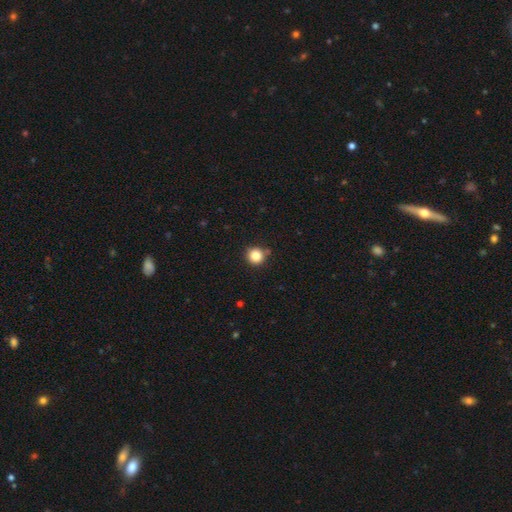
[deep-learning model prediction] smooth-or-featured: smooth: 84% | star or artifact: 11% | featured or disk: 5%
  how-rounded: round: 92% | in between: 7% | cigar-shaped: 1%
  merging: none: 84% | minor disturbance: 10% | merger: 3% | major disturbance: 2%